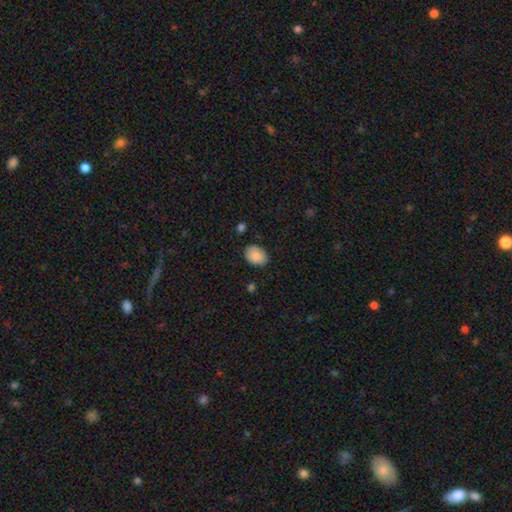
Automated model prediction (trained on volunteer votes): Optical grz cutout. It shows a smooth galaxy with no disk features (88%) that is in between round and cigar-shaped (79%). Merging: none (84%).